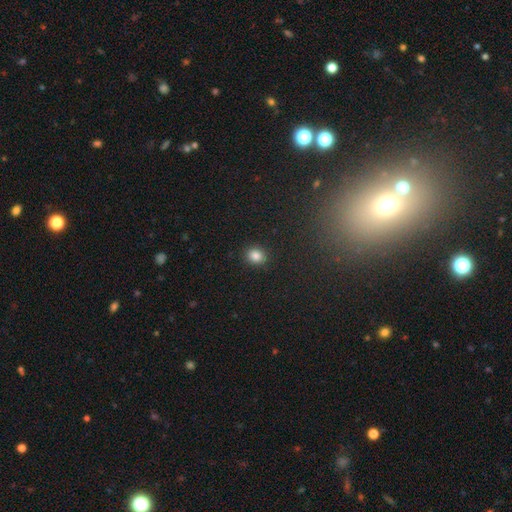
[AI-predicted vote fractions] A smooth galaxy with no disk features (85%) that is round (68%).

Vote fractions:
- Smooth or featured? smooth: 85% / star or artifact: 10% / featured or disk: 4%
- How rounded? round: 68% / in between: 31% / cigar-shaped: 1%
- Merging? none: 90% / minor disturbance: 7% / major disturbance: 2% / merger: 1%